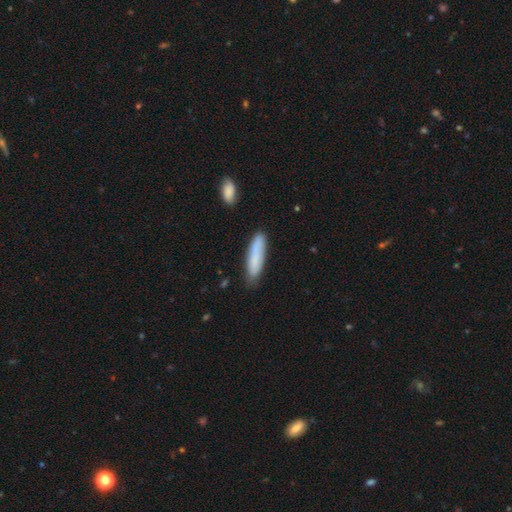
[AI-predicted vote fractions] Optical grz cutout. It shows a smooth galaxy with no disk features (81%) that is cigar-shaped (72%). Merging: none (78%).